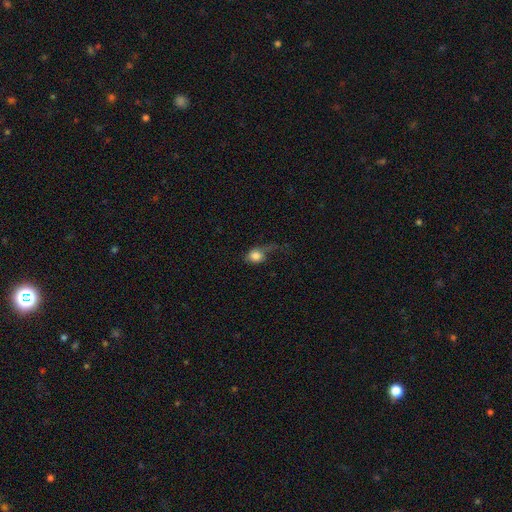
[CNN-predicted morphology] This is likely a smooth galaxy (77%). How rounded: likely round (61%). Merging: marginally major disturbance (45%).